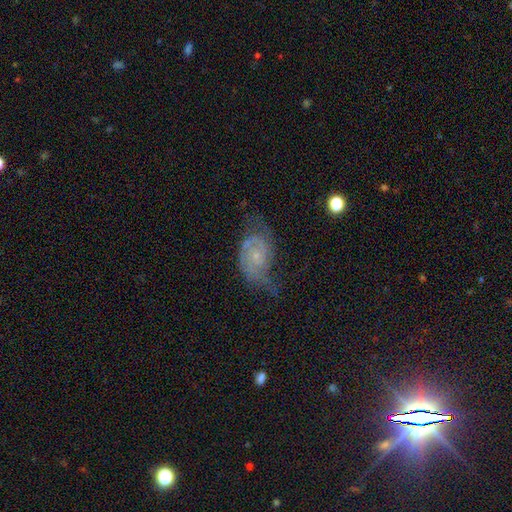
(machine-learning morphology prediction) featured or disk 78%, smooth 14%, star or artifact 8%. Down the decision tree: edge-on disk — no (97%); bar — no (70%); spiral arms — yes (92%); spiral arm count — 2 (72%); spiral winding — medium (44%); bulge size — small (75%); merging — none (48%).